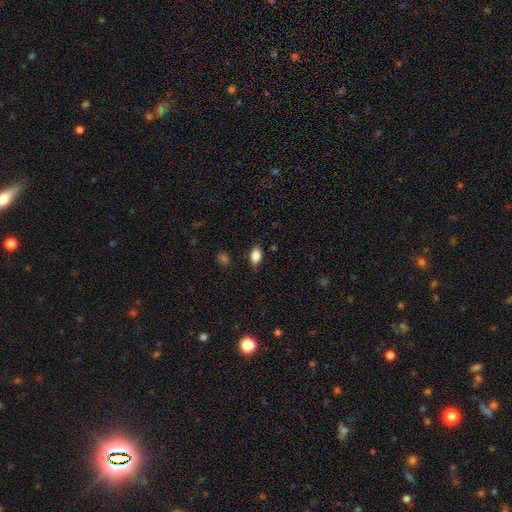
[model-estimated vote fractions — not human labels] smooth-or-featured: smooth: 86% | star or artifact: 8% | featured or disk: 6%
  how-rounded: in between: 87% | round: 10% | cigar-shaped: 3%
  merging: none: 81% | minor disturbance: 15% | major disturbance: 3% | merger: 1%